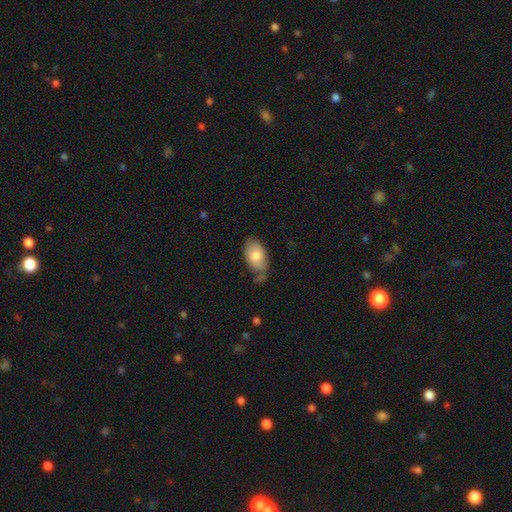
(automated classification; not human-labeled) smooth-or-featured: smooth: 78% | featured or disk: 16% | star or artifact: 6%
  how-rounded: in between: 93% | round: 5% | cigar-shaped: 2%
  merging: none: 51% | minor disturbance: 32% | major disturbance: 10% | merger: 8%